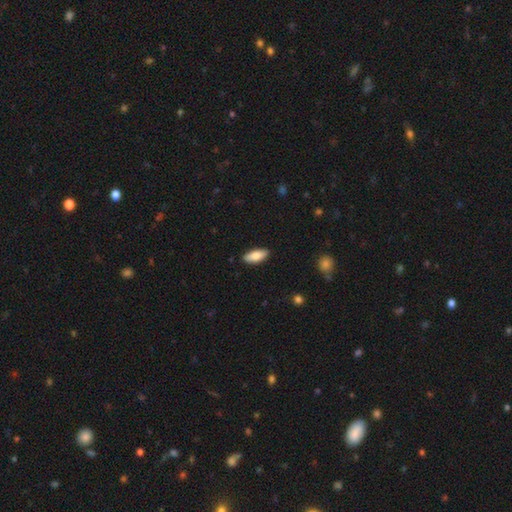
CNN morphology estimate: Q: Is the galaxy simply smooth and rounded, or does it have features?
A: smooth — 84%.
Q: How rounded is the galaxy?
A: in between — 80%.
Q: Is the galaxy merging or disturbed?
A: none — 87%.